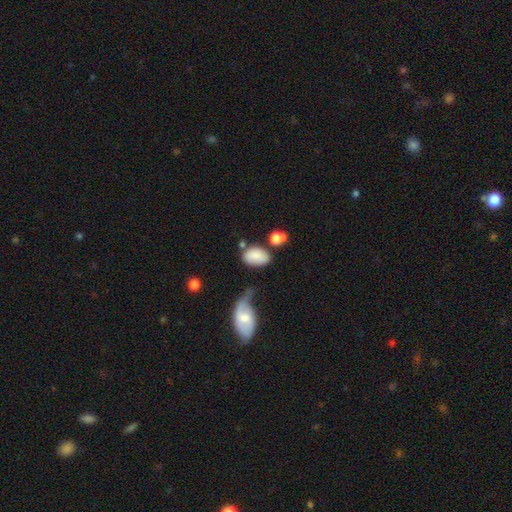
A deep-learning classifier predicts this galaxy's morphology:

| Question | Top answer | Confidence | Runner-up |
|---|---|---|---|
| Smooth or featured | smooth | 81% | featured or disk (11%) |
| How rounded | in between | 88% | round (10%) |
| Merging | none | 48% | minor disturbance (23%) |